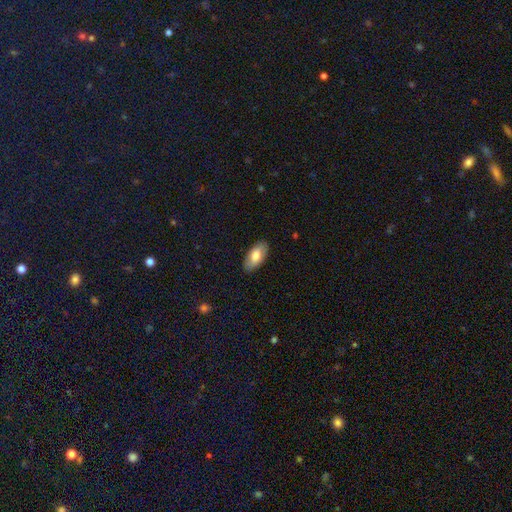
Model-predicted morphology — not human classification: type=smooth (74%); roundness=in between (93%); merging=none (88%).